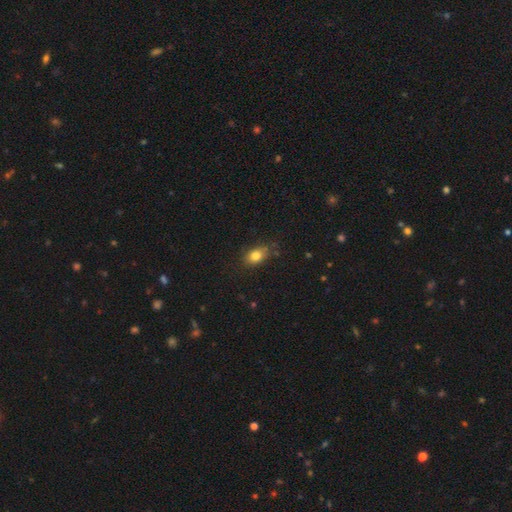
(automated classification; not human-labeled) smooth_or_featured: smooth (p=0.81) [alt: star or artifact p=0.10]
how_rounded: in between (p=0.77) [alt: round p=0.21]
merging: none (p=0.73) [alt: minor disturbance p=0.21]